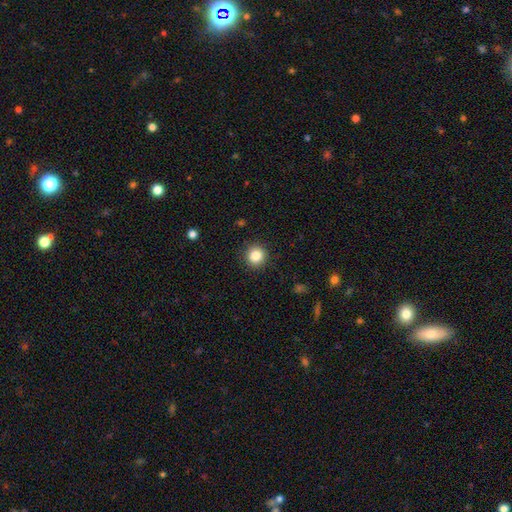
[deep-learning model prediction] Smooth or featured? Predicted: smooth (p=0.84). How rounded? Predicted: round (p=0.93). Merging? Predicted: none (p=0.91).